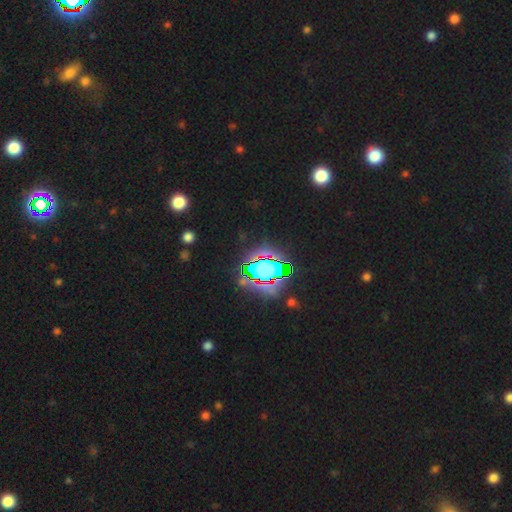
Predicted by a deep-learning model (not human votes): Smooth or featured?
  - star or artifact: 80% *
  - smooth: 12%
  - featured or disk: 9%